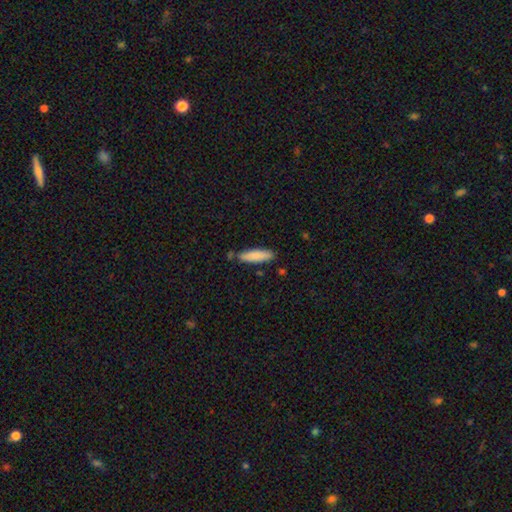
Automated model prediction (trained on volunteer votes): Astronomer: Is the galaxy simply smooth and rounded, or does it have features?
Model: smooth — 86%.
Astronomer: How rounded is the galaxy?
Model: cigar-shaped — 64%.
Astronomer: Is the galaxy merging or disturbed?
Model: none — 76%.